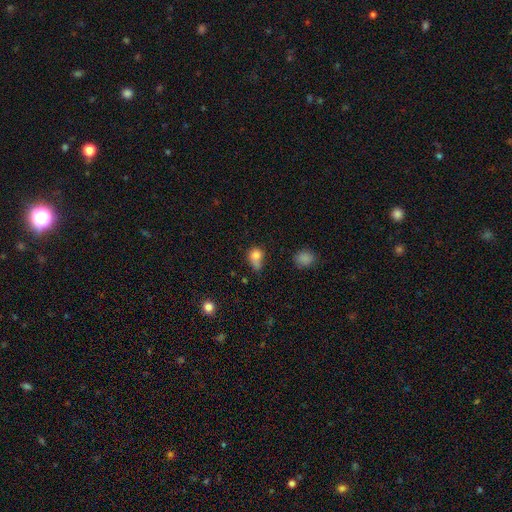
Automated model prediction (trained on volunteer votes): smooth 79%, star or artifact 11%, featured or disk 10%. Down the decision tree: how rounded — round (59%); merging — minor disturbance (35%).